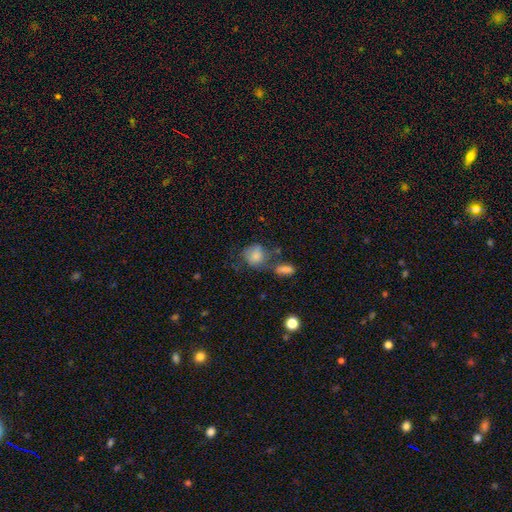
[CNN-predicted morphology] This appears to be a smooth galaxy with no disk features (72%) that is round (67%). Merging: none (47%).